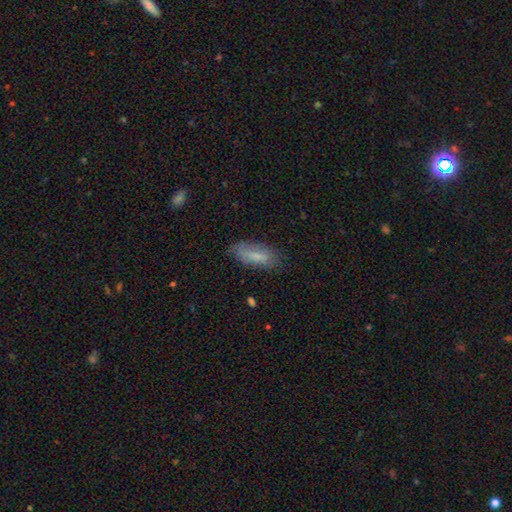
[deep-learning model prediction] A smooth galaxy with no disk features (75%) that is in between round and cigar-shaped (70%). Merging: none (73%).